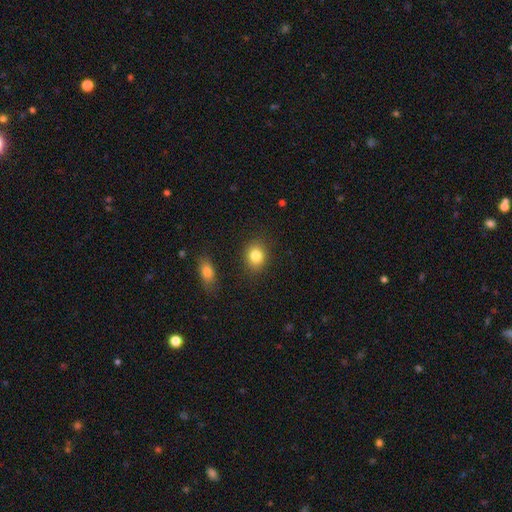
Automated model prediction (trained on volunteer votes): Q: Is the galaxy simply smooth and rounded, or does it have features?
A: smooth — 84%.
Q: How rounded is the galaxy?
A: round — 60%.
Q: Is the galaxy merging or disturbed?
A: none — 85%.